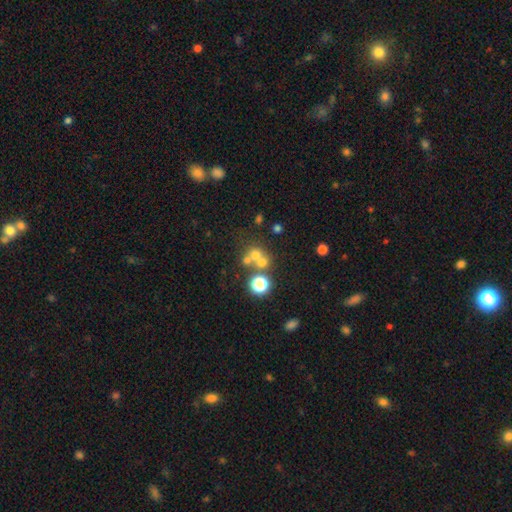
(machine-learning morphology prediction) Overall: smooth (58%; star or artifact 23%). How rounded: round (85%). Merging: none (46%; merger 42%).